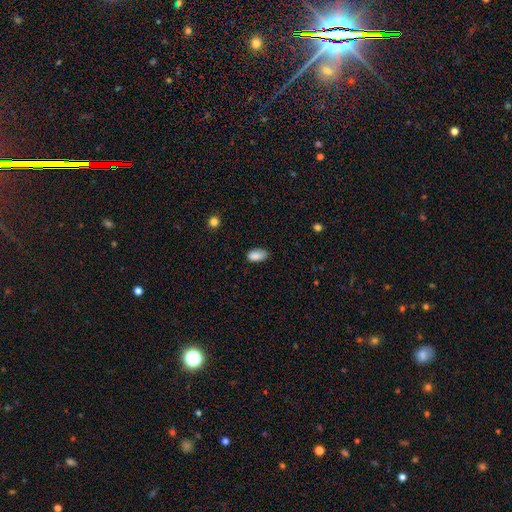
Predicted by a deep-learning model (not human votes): Morphology: type=smooth (87%); roundness=in between (92%); merging=none (71%).